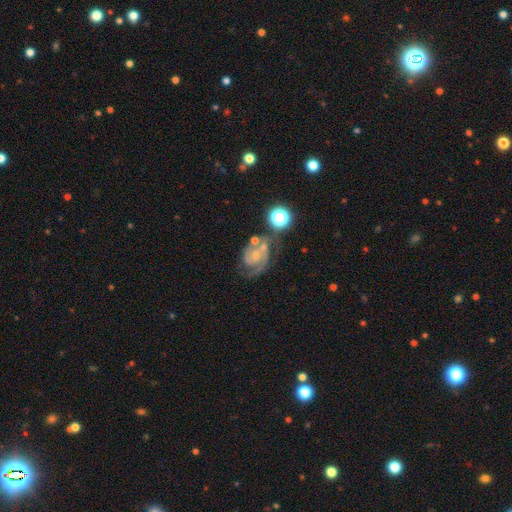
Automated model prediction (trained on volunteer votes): Overall: featured or disk (80%). Edge-on disk: no (98%). Bar: no (63%; weak 31%). Spiral arms: yes (95%). Spiral arm count: 2 (73%). Spiral winding: medium (48%; tight 39%). Bulge size: small (65%). Merging: none (47%; minor disturbance 20%).